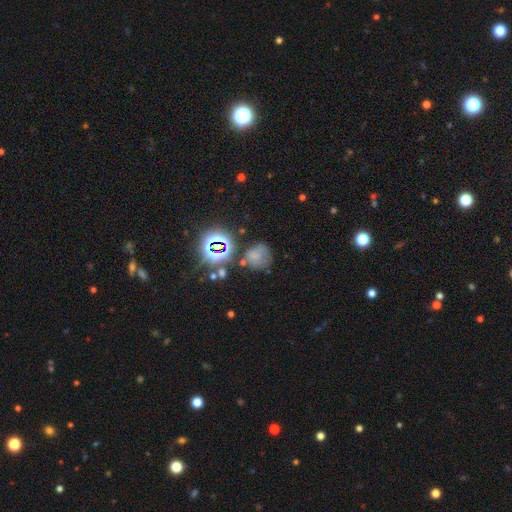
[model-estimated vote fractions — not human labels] A smooth galaxy with no disk features (54%) that is round (78%).

Vote fractions:
- Smooth or featured? smooth: 54% / star or artifact: 29% / featured or disk: 16%
- How rounded? round: 78% / in between: 21% / cigar-shaped: 1%
- Merging? none: 56% / minor disturbance: 22% / major disturbance: 13% / merger: 10%